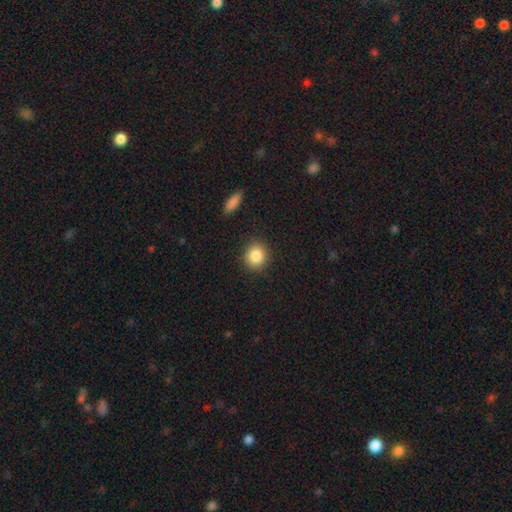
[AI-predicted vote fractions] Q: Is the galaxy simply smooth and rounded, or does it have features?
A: smooth — 86%.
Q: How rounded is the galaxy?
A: round — 84%.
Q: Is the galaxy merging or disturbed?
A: none — 89%.